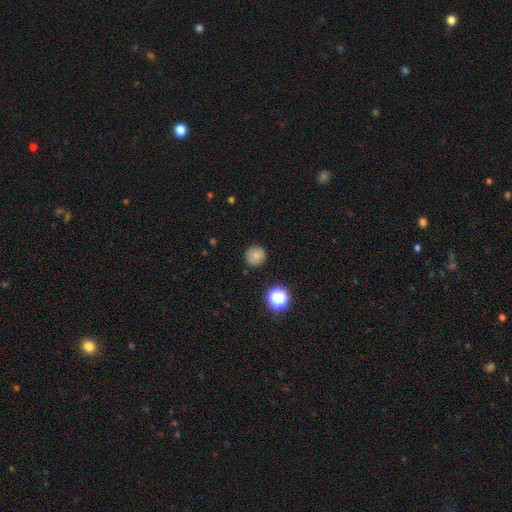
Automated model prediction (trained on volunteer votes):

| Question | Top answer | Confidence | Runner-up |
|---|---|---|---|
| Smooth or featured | smooth | 77% | star or artifact (13%) |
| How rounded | round | 94% | in between (5%) |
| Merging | none | 88% | minor disturbance (8%) |